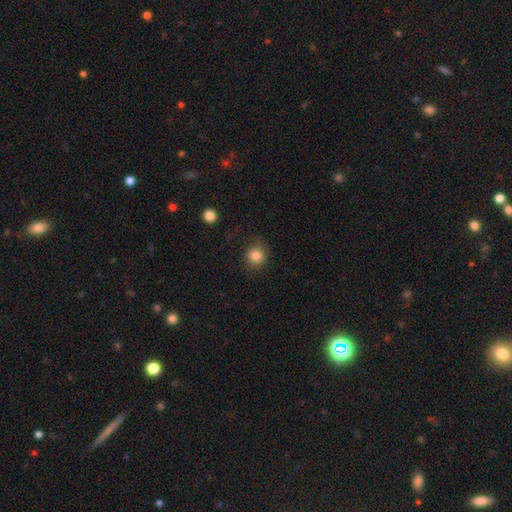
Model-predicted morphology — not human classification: type=smooth (84%); roundness=round (84%); merging=none (79%).